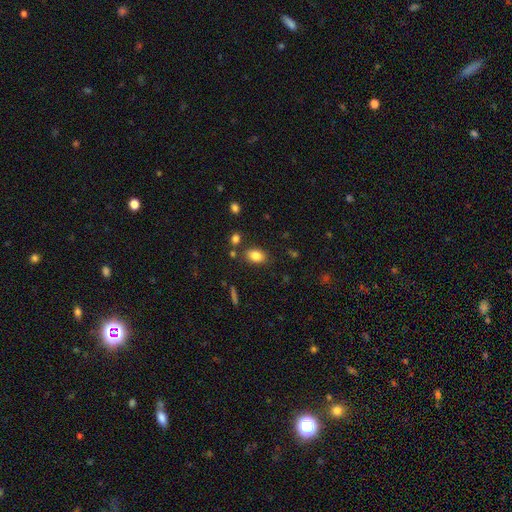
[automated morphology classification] smooth-or-featured: smooth: 83% | star or artifact: 9% | featured or disk: 8%
  how-rounded: in between: 83% | round: 16% | cigar-shaped: 2%
  merging: none: 80% | minor disturbance: 12% | merger: 5% | major disturbance: 3%